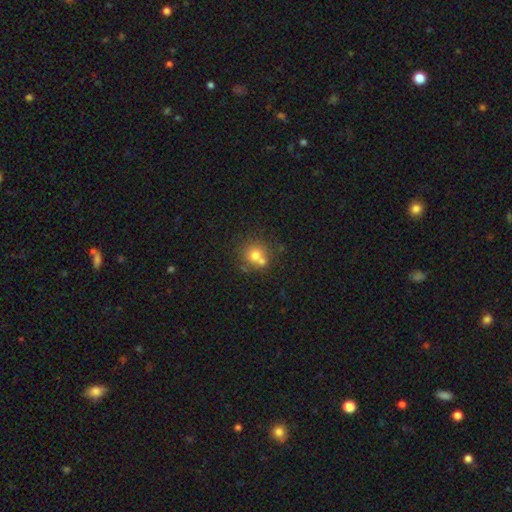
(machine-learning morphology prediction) Overall: smooth (68%). How rounded: round (85%). Merging: none (51%; merger 35%).